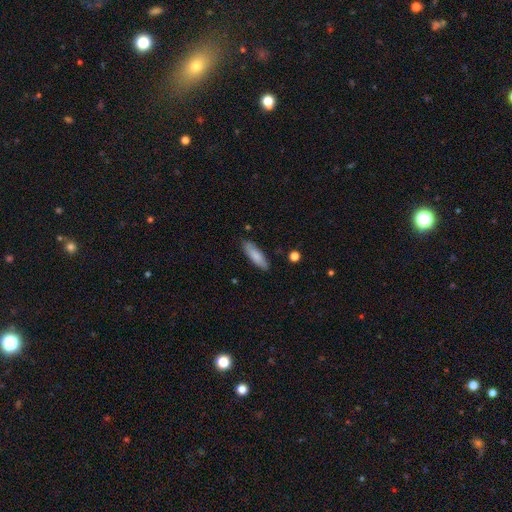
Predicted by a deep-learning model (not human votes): Morphology: type=smooth (82%); roundness=cigar-shaped (53%); merging=none (85%).